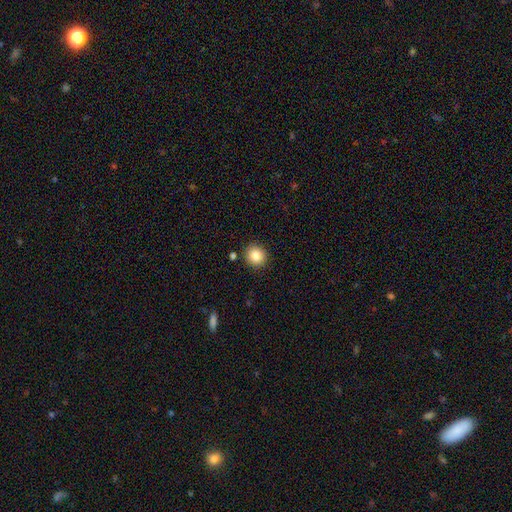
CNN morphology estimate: smooth 86%, star or artifact 9%, featured or disk 5%. Down the decision tree: how rounded — round (90%); merging — none (88%).